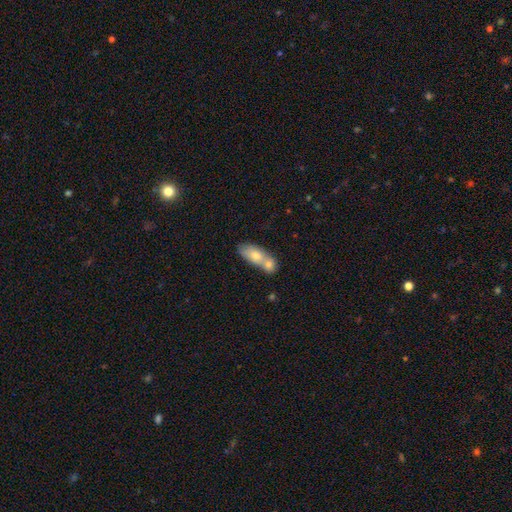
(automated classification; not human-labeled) smooth-or-featured: smooth: 68% | featured or disk: 25% | star or artifact: 7%
  how-rounded: in between: 73% | cigar-shaped: 18% | round: 9%
  merging: merger: 62% | none: 26% | minor disturbance: 9% | major disturbance: 3%